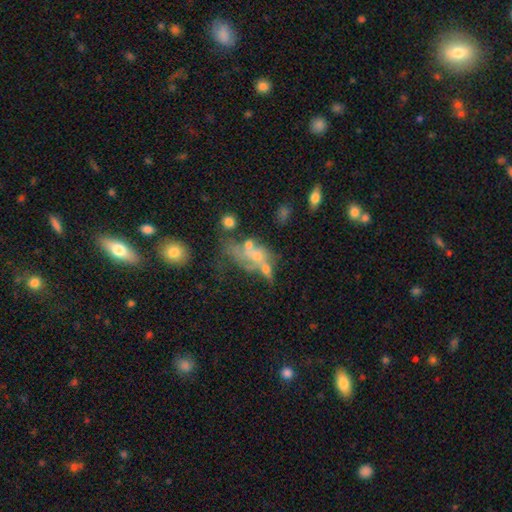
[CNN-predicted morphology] This appears to be a featured or disk galaxy (47%). Merging: merger (35%).